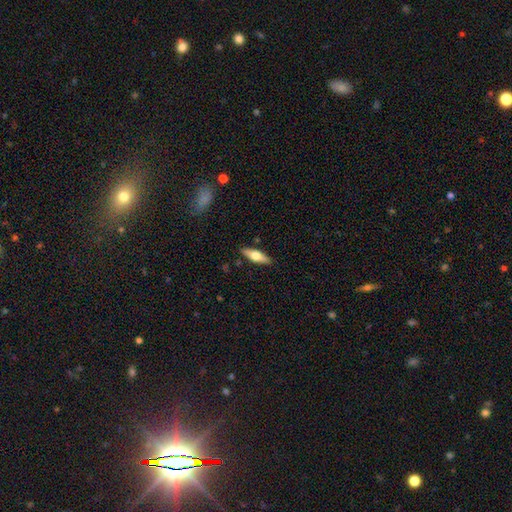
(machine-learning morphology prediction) smooth-or-featured: smooth: 51% | featured or disk: 43% | star or artifact: 6%
  how-rounded: in between: 49% (tied) | cigar-shaped: 49% (tied) | round: 3%
  merging: none: 88% | minor disturbance: 9% | major disturbance: 2% | merger: 1%